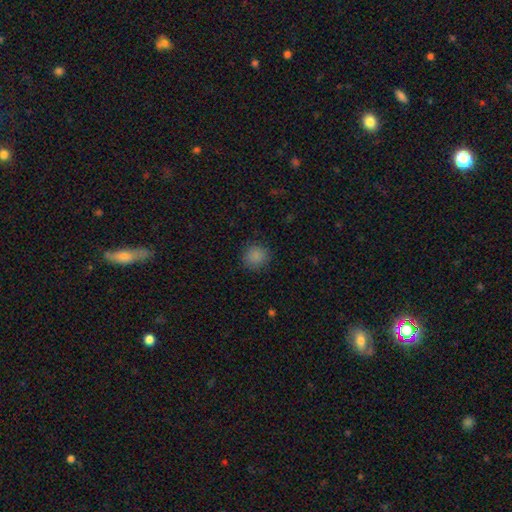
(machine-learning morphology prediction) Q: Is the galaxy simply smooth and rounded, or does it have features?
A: smooth — 85%.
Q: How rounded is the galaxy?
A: round — 90%.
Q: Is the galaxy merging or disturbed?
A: none — 88%.